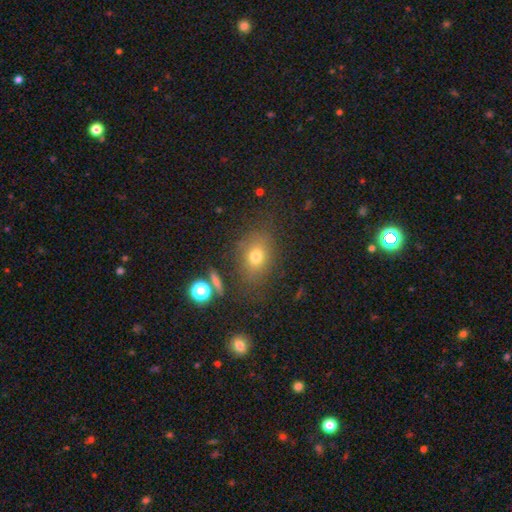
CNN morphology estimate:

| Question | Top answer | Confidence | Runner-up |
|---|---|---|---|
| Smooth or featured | smooth | 67% | star or artifact (20%) |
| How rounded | in between | 66% | round (32%) |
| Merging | none | 77% | minor disturbance (14%) |